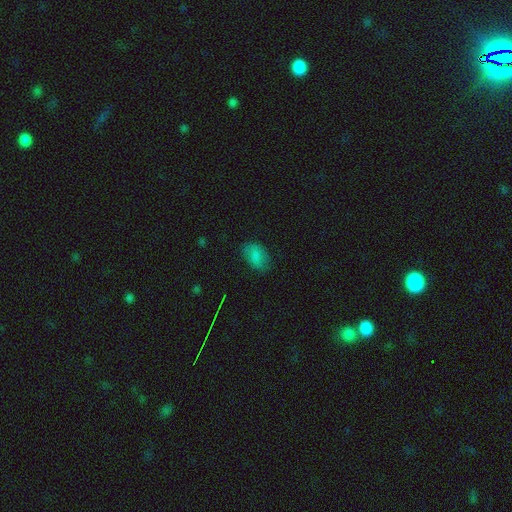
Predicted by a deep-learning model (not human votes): Smooth or featured: smooth — 74% (featured or disk — 15%)
How rounded: in between — 87% (round — 11%)
Merging: none — 74% (minor disturbance — 19%)